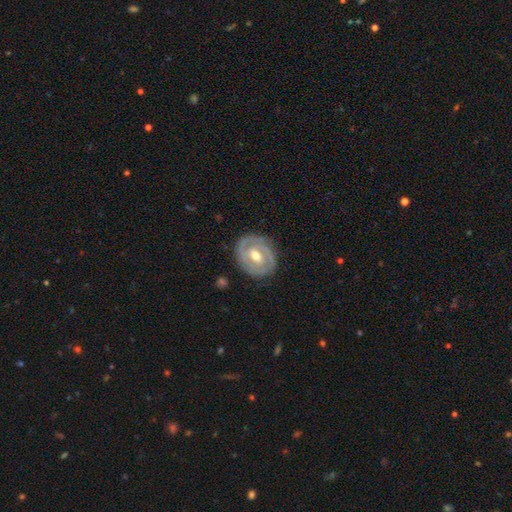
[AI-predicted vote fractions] A featured or disk galaxy (82%) with a weak bar (45%), 2 (66%) tight (72%) spiral arms (85%) and a moderate central bulge (73%).

Vote fractions:
- Smooth or featured? featured or disk: 82% / smooth: 14% / star or artifact: 5%
- Edge-on disk? no: 97% / yes: 3%
- Bar? weak: 45% / no: 36% / strong: 19%
- Spiral arms? yes: 85% / no: 15%
- Spiral winding? tight: 72% / medium: 22% / loose: 6%
- Spiral arm count? 2: 66% / can't tell: 16% / 3: 8% / 1: 6% / 4: 2% / more than 4: 2%
- Bulge size? moderate: 73% / small: 22% / large: 4% / none: 1% / dominant: 1%
- Merging? none: 83% / minor disturbance: 12% / major disturbance: 4% / merger: 1%